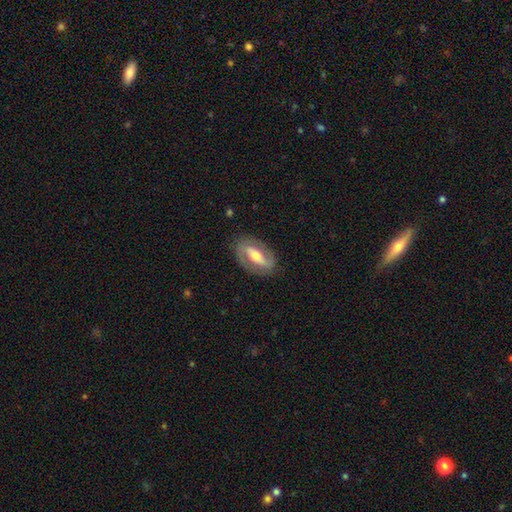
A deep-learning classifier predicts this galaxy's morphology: This is likely a featured or disk galaxy (74%). It is clearly not viewed edge-on (91%). Bar: possibly strong (54%). Spiral arm pattern: likely yes (77%). Spiral arm count: clearly 2 (86%). Spiral winding: marginally medium (42%). Central bulge: likely moderate (65%). Merging: clearly none (84%).